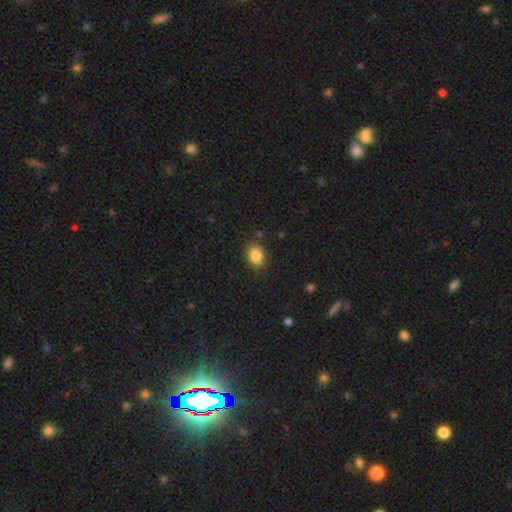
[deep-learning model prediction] smooth 85%, star or artifact 10%, featured or disk 5%. Down the decision tree: how rounded — in between (61%); merging — none (84%).